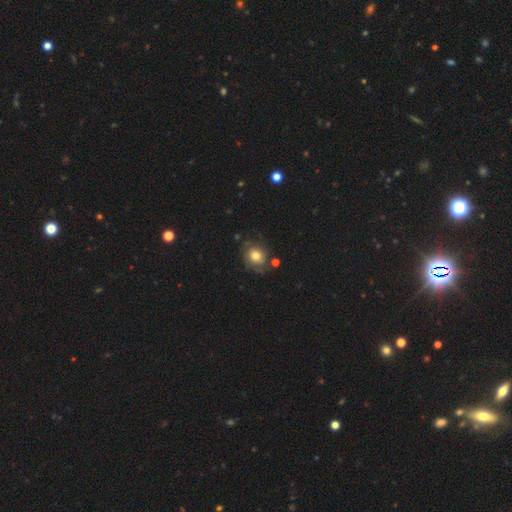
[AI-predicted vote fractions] This appears to be a smooth galaxy with no disk features (49%). Merging: none (66%).